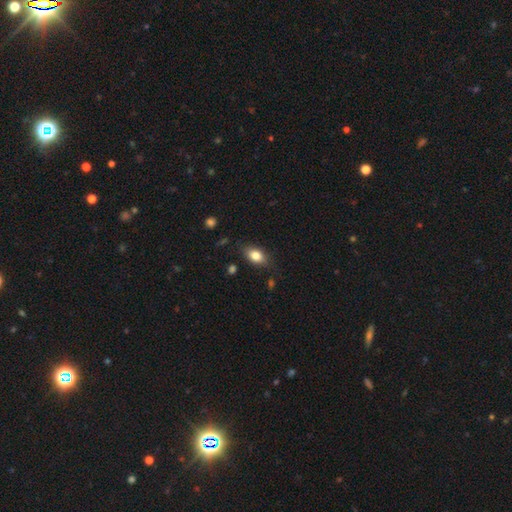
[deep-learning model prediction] The model was most divided on "merging": none: 80%, minor disturbance: 15%, major disturbance: 3%, merger: 2%. More confident: how rounded — in between (85%); smooth or featured — smooth (82%).